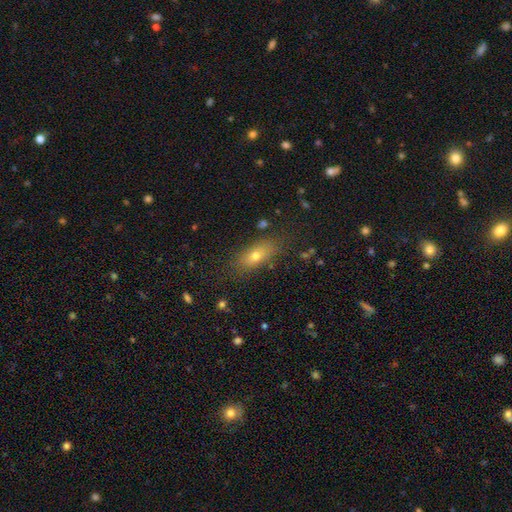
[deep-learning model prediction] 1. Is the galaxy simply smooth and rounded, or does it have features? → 70% smooth, 18% featured or disk, 12% star or artifact.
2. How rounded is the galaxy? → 73% in between, 19% cigar-shaped, 8% round.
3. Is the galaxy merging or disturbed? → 81% none, 13% minor disturbance, 4% major disturbance, 2% merger.